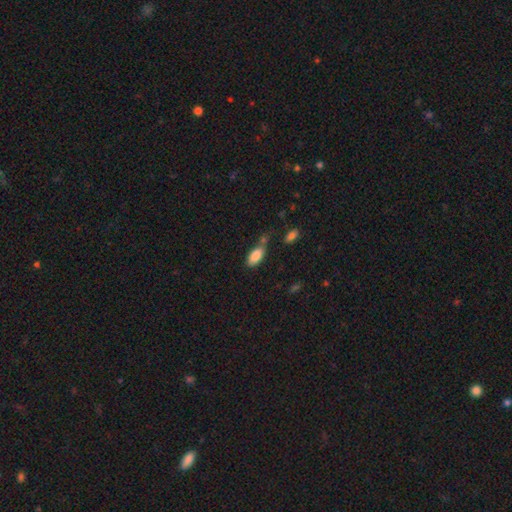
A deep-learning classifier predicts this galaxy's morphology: The model was most divided on "merging": none: 55%, minor disturbance: 20%, merger: 19%, major disturbance: 6%. More confident: how rounded — in between (89%); smooth or featured — smooth (86%).